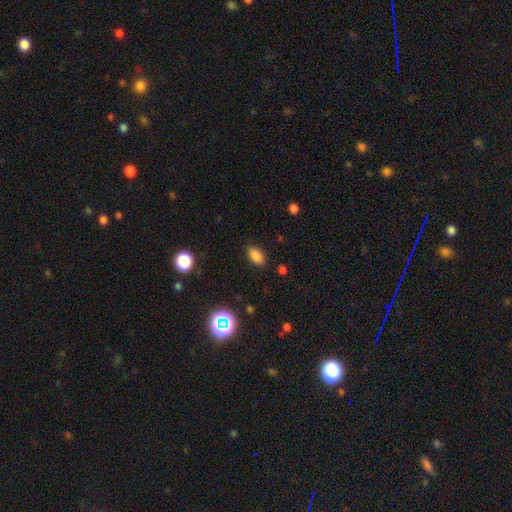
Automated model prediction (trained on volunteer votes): Q: Smooth or featured?
A: smooth (83%); runner-up: star or artifact (12%)
Q: How rounded?
A: in between (89%); runner-up: round (7%)
Q: Merging?
A: none (87%); runner-up: minor disturbance (9%)